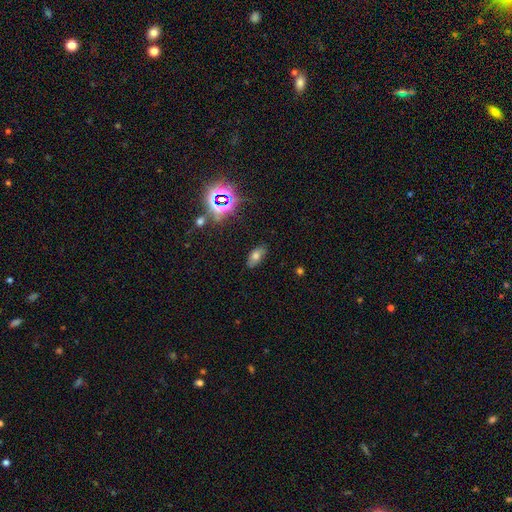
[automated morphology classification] Overall: smooth (66%). How rounded: in between (87%). Merging: none (82%).